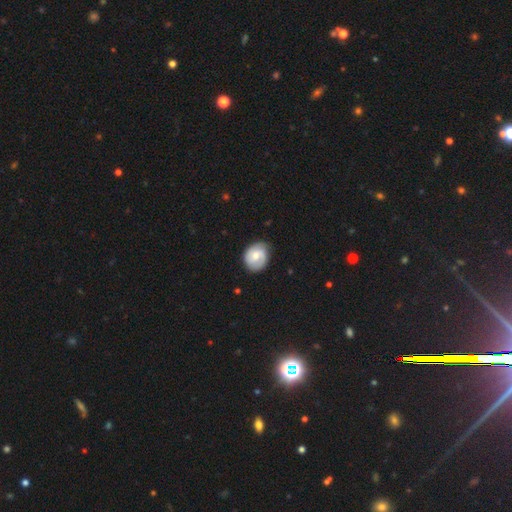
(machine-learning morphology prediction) smooth_or_featured: featured or disk (p=0.48) [alt: smooth p=0.46]
merging: none (p=0.74) [alt: minor disturbance p=0.20]